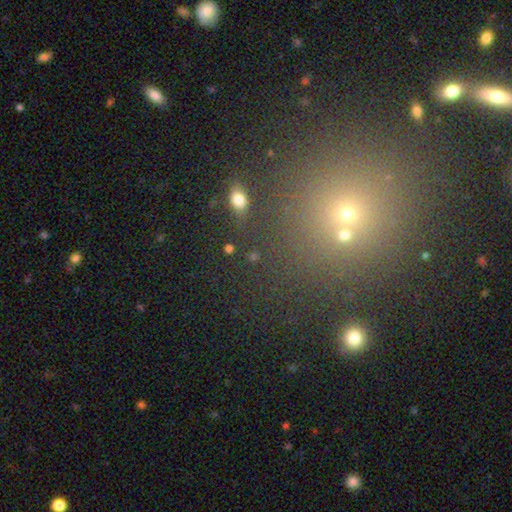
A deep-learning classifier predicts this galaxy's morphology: smooth 49%, star or artifact 37%, featured or disk 14%. Down the decision tree: merging — none (80%).